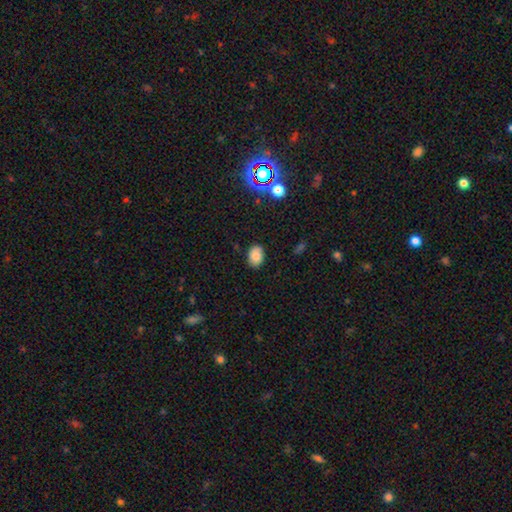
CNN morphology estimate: Smooth or featured? Predicted: smooth (p=0.84). How rounded? Predicted: in between (p=0.81). Merging? Predicted: none (p=0.87).